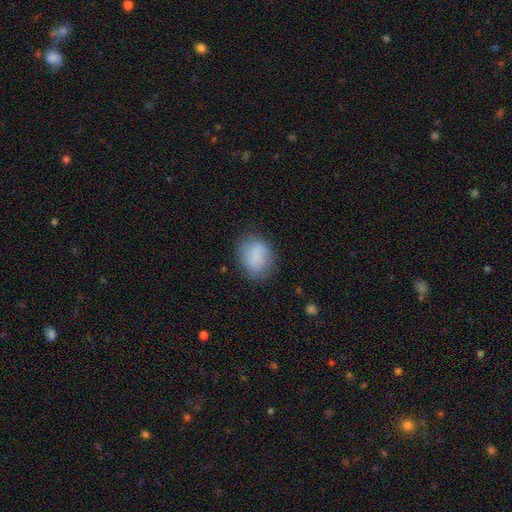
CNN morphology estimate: A smooth galaxy with no disk features (79%) that is in between round and cigar-shaped (53%).

Vote fractions:
- Smooth or featured? smooth: 79% / featured or disk: 13% / star or artifact: 8%
- How rounded? in between: 53% / round: 46% / cigar-shaped: 1%
- Merging? none: 72% / minor disturbance: 20% / major disturbance: 7% / merger: 2%